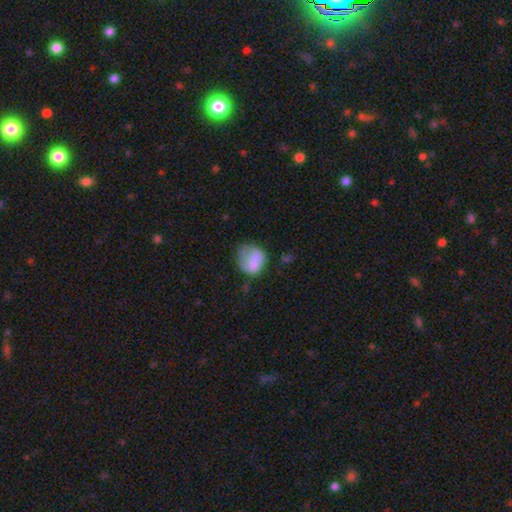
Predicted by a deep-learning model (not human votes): This appears to be a smooth galaxy with no disk features (72%) that is round (65%). Merging: none (41%).